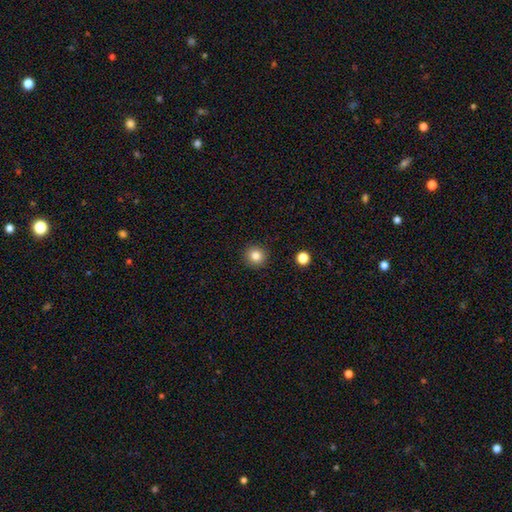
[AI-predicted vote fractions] Smooth or featured? Predicted: smooth (p=0.83). How rounded? Predicted: round (p=0.94). Merging? Predicted: none (p=0.92).